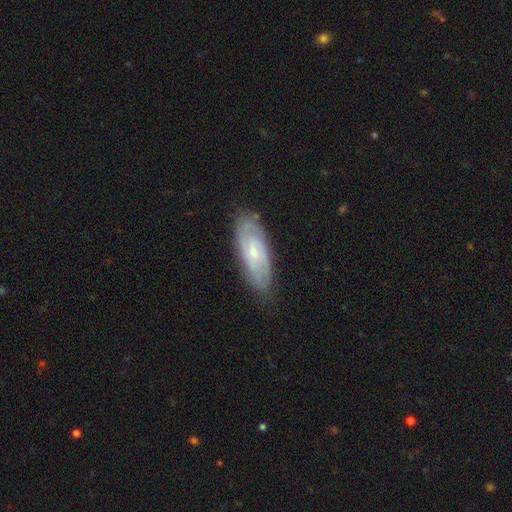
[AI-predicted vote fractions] Smooth or featured? featured or disk (56%)
Edge-on disk? no (79%)
Merging? none (81%)